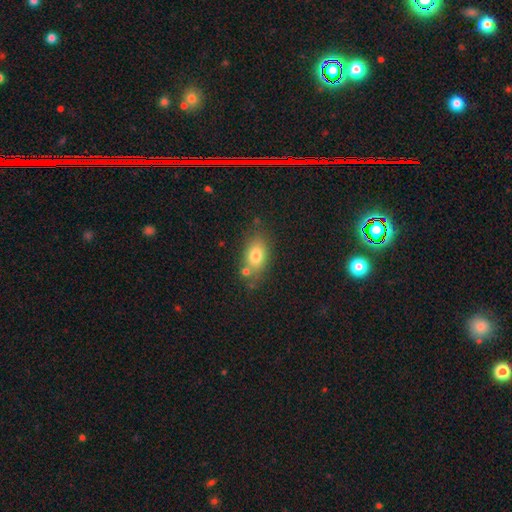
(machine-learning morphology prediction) Q: Smooth or featured?
A: smooth (78%); runner-up: featured or disk (13%)
Q: How rounded?
A: in between (83%); runner-up: round (14%)
Q: Merging?
A: none (67%); runner-up: minor disturbance (16%)